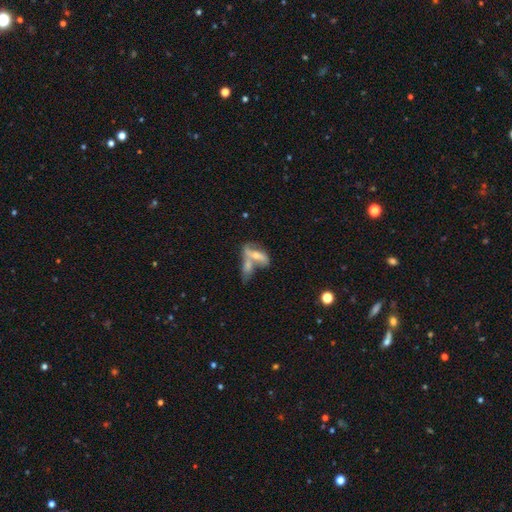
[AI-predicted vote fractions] smooth_or_featured: featured or disk (p=0.55) [alt: smooth p=0.35]
disk_edge_on: no (p=0.68) [alt: yes p=0.32]
merging: merger (p=0.57) [alt: none p=0.27]